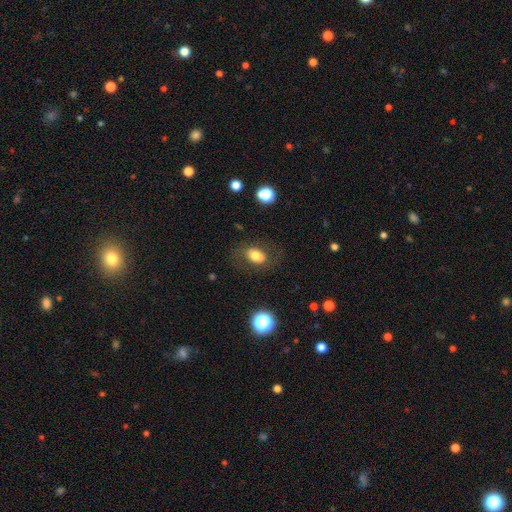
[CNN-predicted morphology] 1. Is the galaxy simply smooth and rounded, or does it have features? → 70% smooth, 19% featured or disk, 10% star or artifact.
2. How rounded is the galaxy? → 81% in between, 18% round, 2% cigar-shaped.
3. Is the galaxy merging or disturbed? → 71% none, 16% minor disturbance, 11% major disturbance, 2% merger.